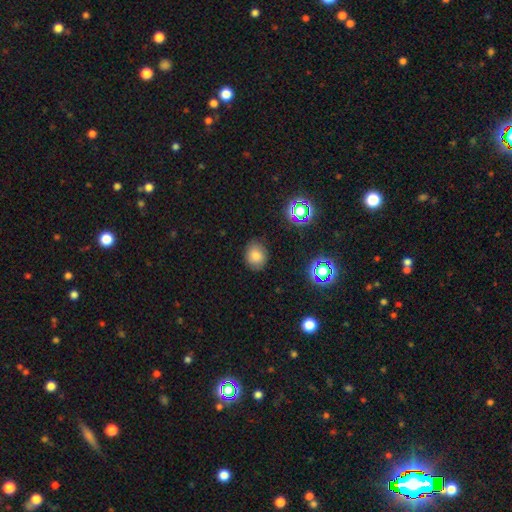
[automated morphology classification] Q: Smooth or featured?
A: smooth (79%); runner-up: star or artifact (14%)
Q: How rounded?
A: round (63%); runner-up: in between (36%)
Q: Merging?
A: none (83%); runner-up: minor disturbance (13%)